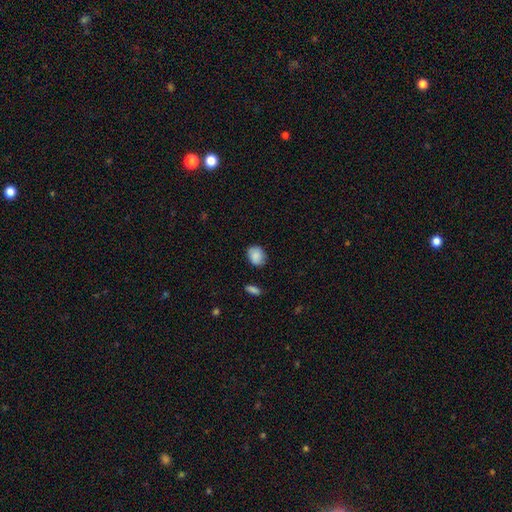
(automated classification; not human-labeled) Smooth or featured: smooth — 87% (star or artifact — 7%)
How rounded: round — 50% (in between — 49%)
Merging: none — 81% (minor disturbance — 14%)